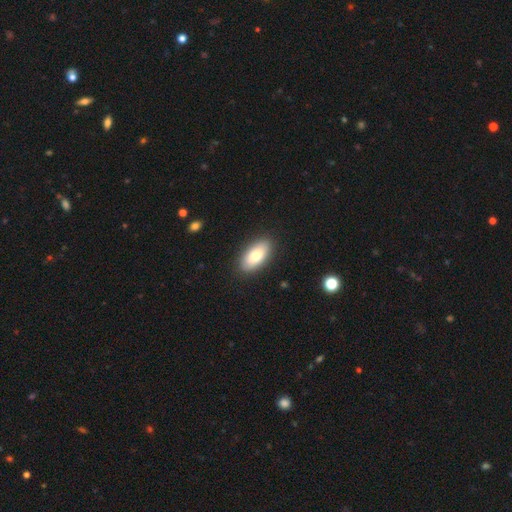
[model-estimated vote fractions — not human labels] This is clearly a smooth galaxy (81%). How rounded: clearly in between (91%). Merging: clearly none (88%).